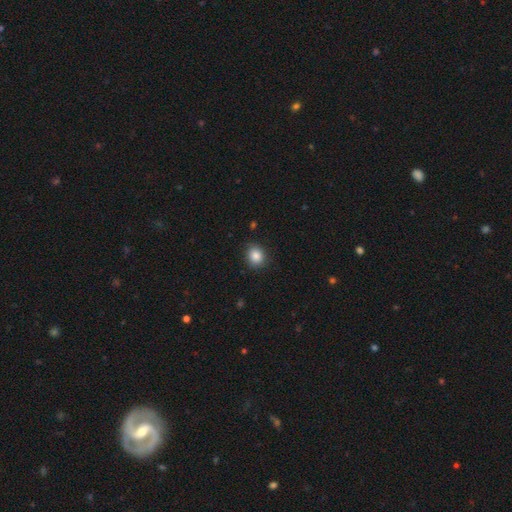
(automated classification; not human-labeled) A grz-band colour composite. It shows a smooth galaxy with no disk features (85%) that is round (64%). Merging: none (85%).